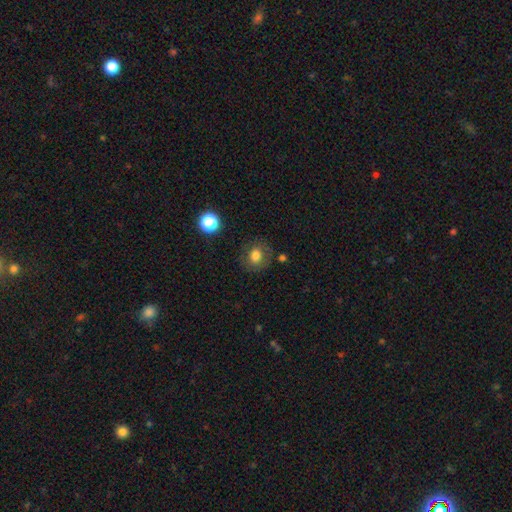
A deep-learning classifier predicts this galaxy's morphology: Smooth or featured? Predicted: smooth (p=0.75). How rounded? Predicted: round (p=0.72). Merging? Predicted: none (p=0.77).